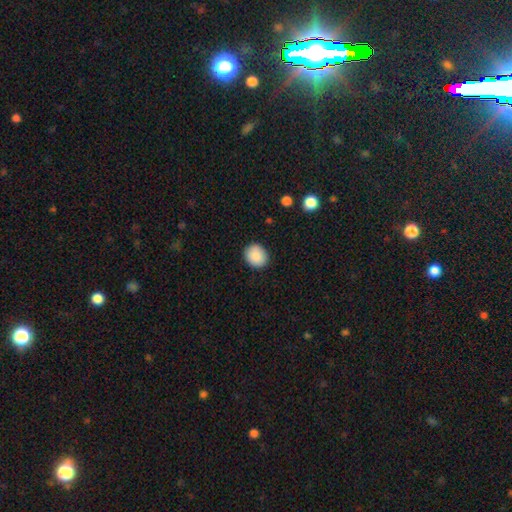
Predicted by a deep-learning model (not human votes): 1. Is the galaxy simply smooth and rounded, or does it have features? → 89% smooth, 7% star or artifact, 4% featured or disk.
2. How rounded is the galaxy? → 71% round, 28% in between, 1% cigar-shaped.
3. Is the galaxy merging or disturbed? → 89% none, 8% minor disturbance, 2% major disturbance, 1% merger.